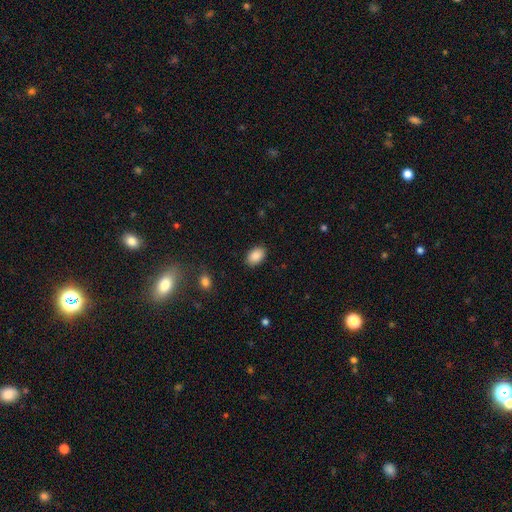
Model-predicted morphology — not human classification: smooth 89%, star or artifact 7%, featured or disk 3%. Down the decision tree: how rounded — in between (86%); merging — none (88%).